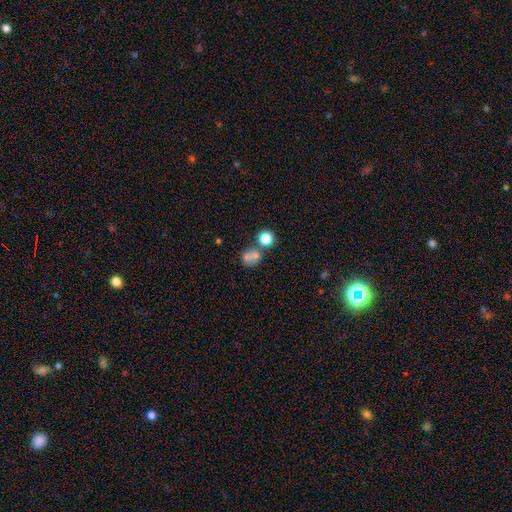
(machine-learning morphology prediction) This appears to be a smooth galaxy with no disk features (67%) that is round (69%). Merging: none (49%).